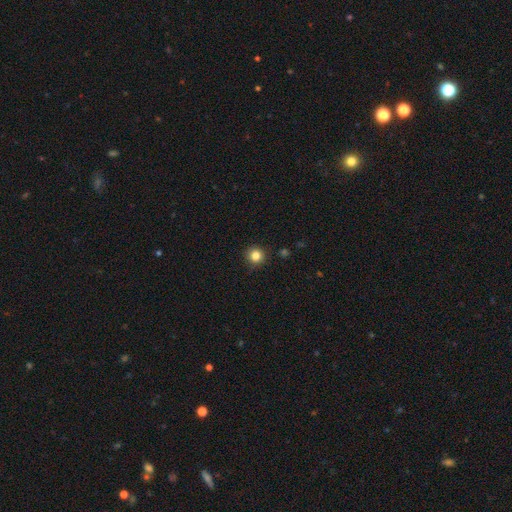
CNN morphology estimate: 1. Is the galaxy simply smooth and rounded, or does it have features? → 83% smooth, 12% star or artifact, 5% featured or disk.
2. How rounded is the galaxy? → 94% round, 5% in between, 1% cigar-shaped.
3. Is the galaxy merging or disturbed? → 91% none, 6% minor disturbance, 2% major disturbance, 1% merger.